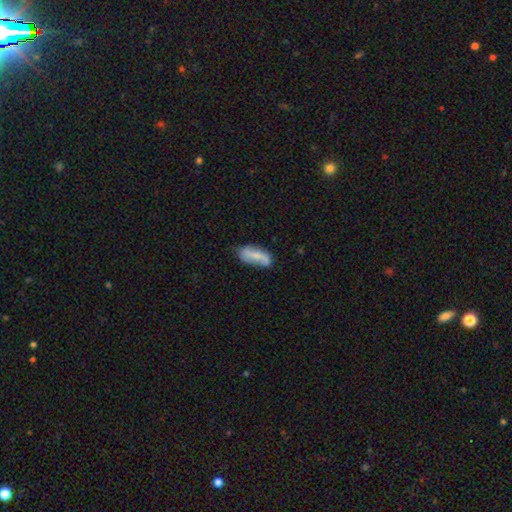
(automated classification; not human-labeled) Q: Smooth or featured?
A: smooth (59%); runner-up: featured or disk (34%)
Q: How rounded?
A: in between (74%); runner-up: cigar-shaped (23%)
Q: Merging?
A: none (59%); runner-up: minor disturbance (29%)